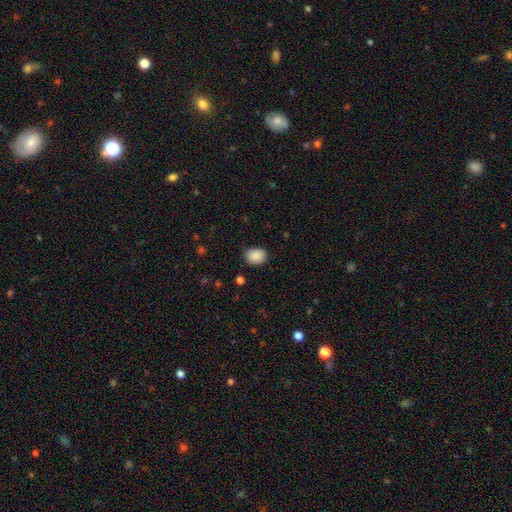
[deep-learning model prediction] Smooth or featured? Predicted: smooth (p=0.89). How rounded? Predicted: in between (p=0.60). Merging? Predicted: none (p=0.80).